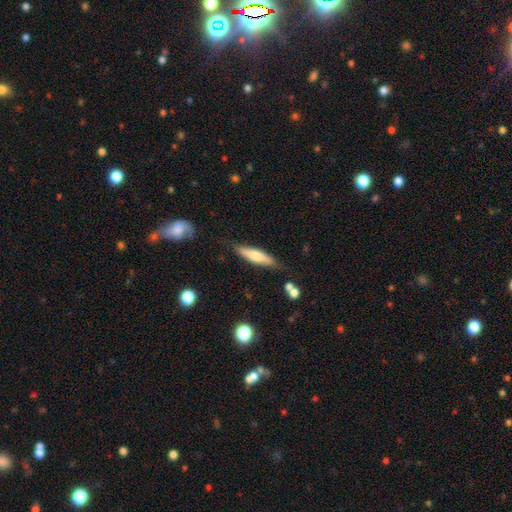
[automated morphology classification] A smooth galaxy with no disk features (56%) that is cigar-shaped (73%).

Vote fractions:
- Smooth or featured? smooth: 56% / featured or disk: 38% / star or artifact: 6%
- How rounded? cigar-shaped: 73% / in between: 25% / round: 2%
- Merging? none: 81% / minor disturbance: 13% / major disturbance: 3% / merger: 3%